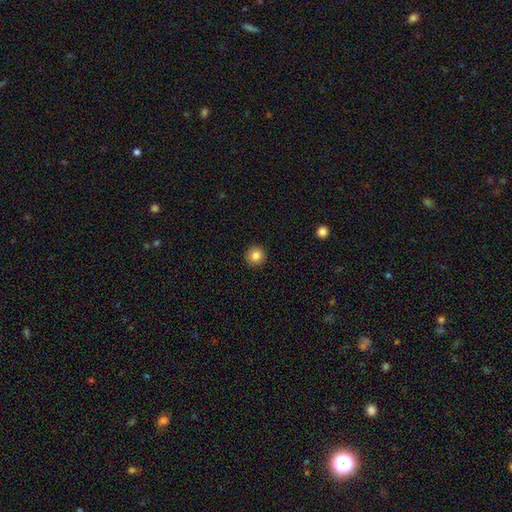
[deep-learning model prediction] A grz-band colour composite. It shows a smooth galaxy with no disk features (84%) that is round (95%). Merging: none (93%).